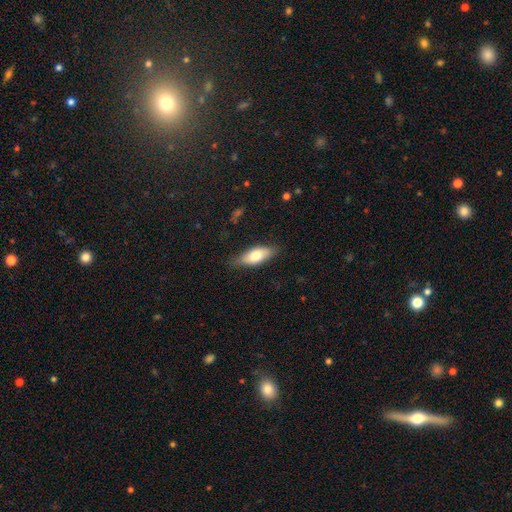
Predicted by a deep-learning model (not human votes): A smooth galaxy with no disk features (71%) that is in between round and cigar-shaped (75%). Merging: none (78%).